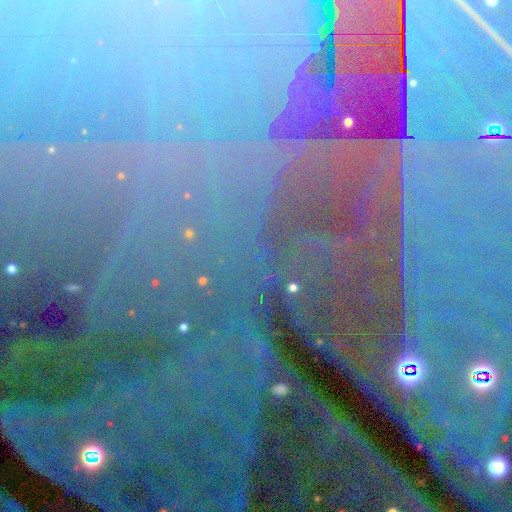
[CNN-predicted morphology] Overall: star or artifact (85%).